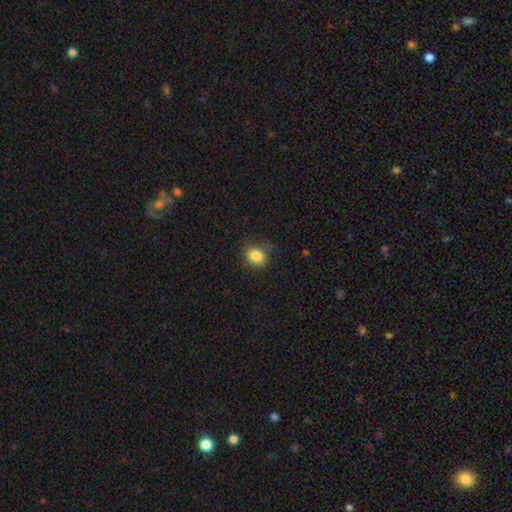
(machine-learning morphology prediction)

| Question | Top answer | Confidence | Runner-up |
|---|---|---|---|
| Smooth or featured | smooth | 84% | star or artifact (10%) |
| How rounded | round | 55% | in between (44%) |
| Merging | none | 78% | minor disturbance (16%) |